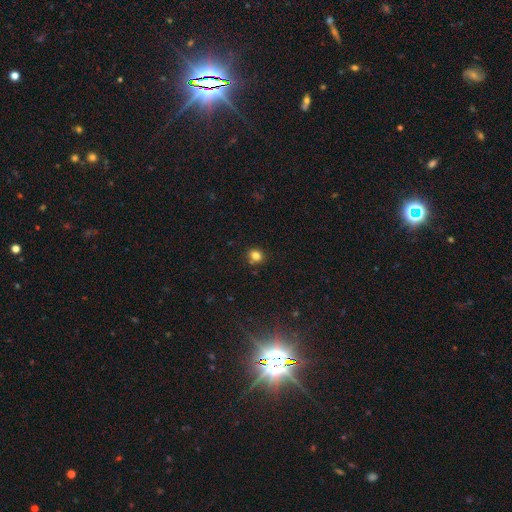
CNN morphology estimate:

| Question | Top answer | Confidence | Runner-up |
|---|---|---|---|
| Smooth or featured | smooth | 81% | star or artifact (13%) |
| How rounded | round | 69% | in between (30%) |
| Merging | none | 81% | minor disturbance (11%) |